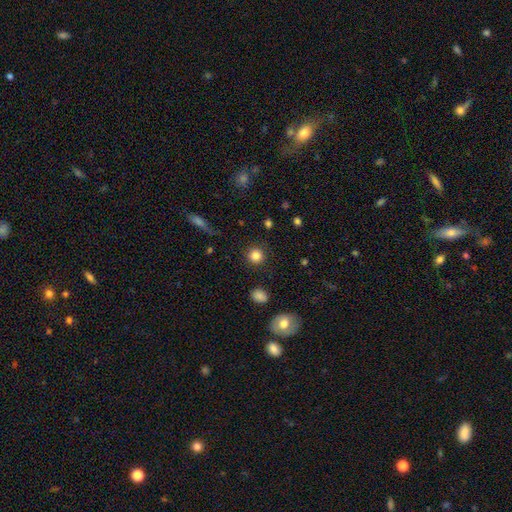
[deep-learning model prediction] The model was most divided on "smooth or featured": smooth: 84%, star or artifact: 11%, featured or disk: 5%. More confident: how rounded — round (93%); merging — none (90%).